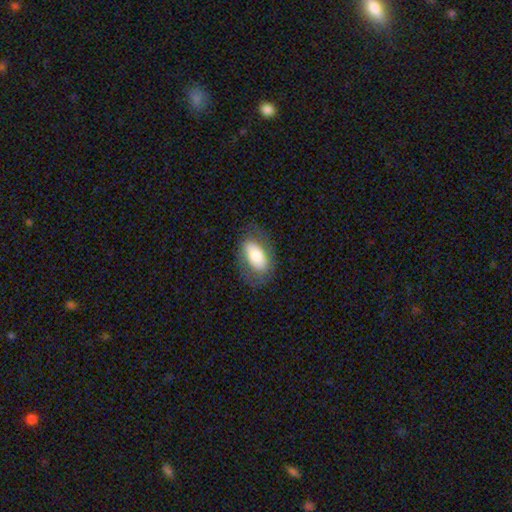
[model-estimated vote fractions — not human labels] A smooth galaxy with no disk features (70%) that is in between round and cigar-shaped (92%).

Vote fractions:
- Smooth or featured? smooth: 70% / featured or disk: 24% / star or artifact: 6%
- How rounded? in between: 92% / round: 5% / cigar-shaped: 3%
- Merging? none: 74% / minor disturbance: 17% / major disturbance: 8% / merger: 1%